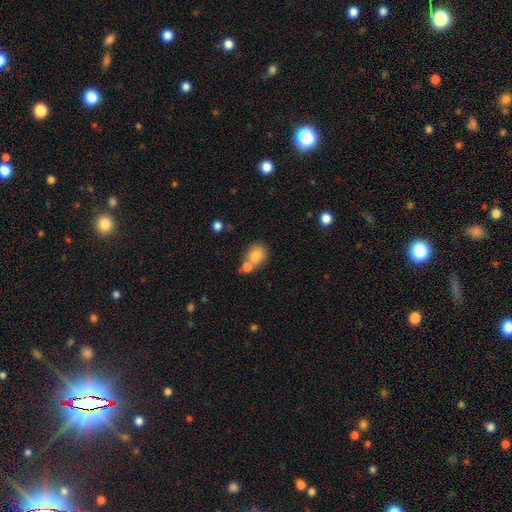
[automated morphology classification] type=smooth (80%); roundness=round (62%); merging=none (44%).